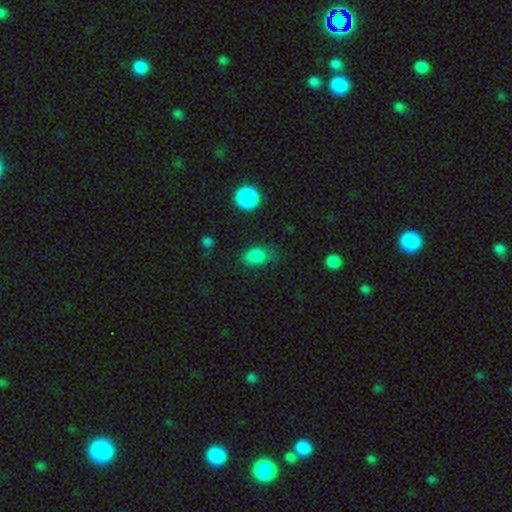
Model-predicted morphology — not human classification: smooth 85%, star or artifact 10%, featured or disk 5%. Down the decision tree: how rounded — in between (80%); merging — none (65%).